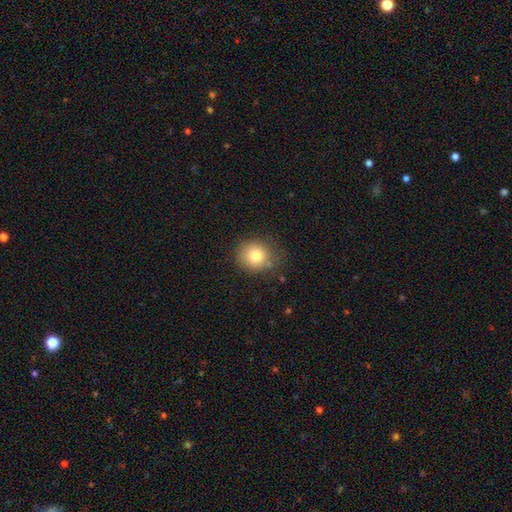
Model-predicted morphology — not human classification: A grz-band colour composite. It shows a smooth galaxy with no disk features (79%) that is round (82%). Merging: none (76%).